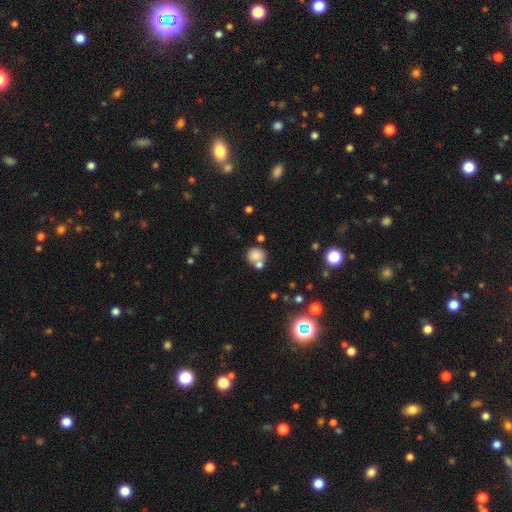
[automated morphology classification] smooth 78%, star or artifact 12%, featured or disk 10%. Down the decision tree: how rounded — round (76%); merging — none (48%).